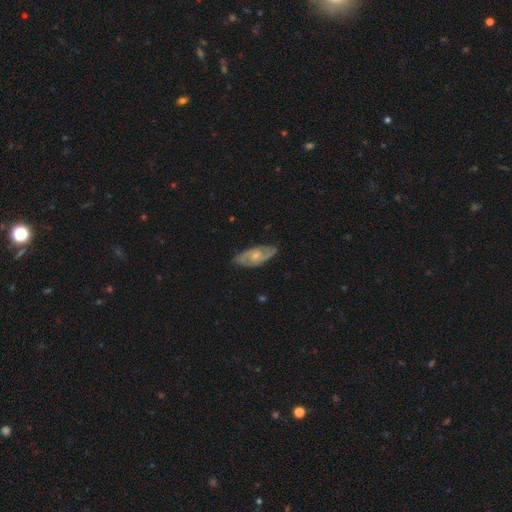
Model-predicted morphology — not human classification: smooth_or_featured: featured or disk (p=0.77) [alt: smooth p=0.18]
disk_edge_on: no (p=0.92) [alt: yes p=0.08]
bar: no (p=0.51) [alt: weak p=0.42]
has_spiral_arms: yes (p=0.93) [alt: no p=0.07]
spiral_winding: medium (p=0.49) [alt: tight p=0.37]
spiral_arm_count: 2 (p=0.81) [alt: can't tell p=0.10]
bulge_size: small (p=0.52) [alt: moderate p=0.37]
merging: none (p=0.81) [alt: minor disturbance p=0.15]